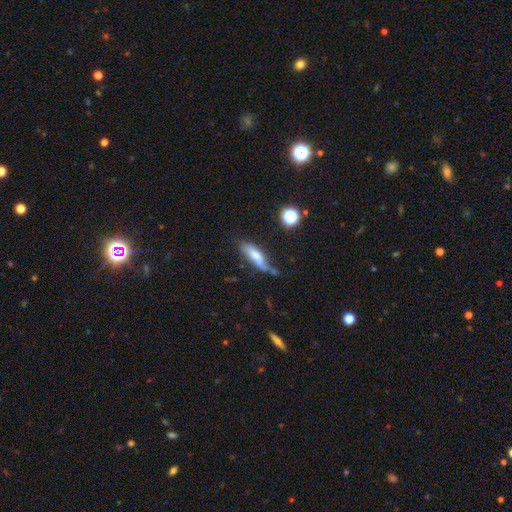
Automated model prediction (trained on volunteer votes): Smooth or featured?
  - smooth: 62% *
  - featured or disk: 29%
  - star or artifact: 10%
How rounded?
  - in between: 55% *
  - cigar-shaped: 42%
  - round: 3%
Merging?
  - none: 40% *
  - minor disturbance: 31%
  - major disturbance: 18%
  - merger: 12%